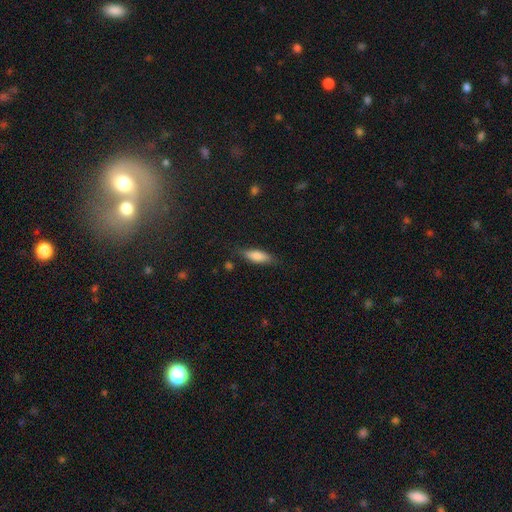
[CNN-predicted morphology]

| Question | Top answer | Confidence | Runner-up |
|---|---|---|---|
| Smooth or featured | smooth | 76% | featured or disk (17%) |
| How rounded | in between | 58% | cigar-shaped (40%) |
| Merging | none | 75% | minor disturbance (18%) |